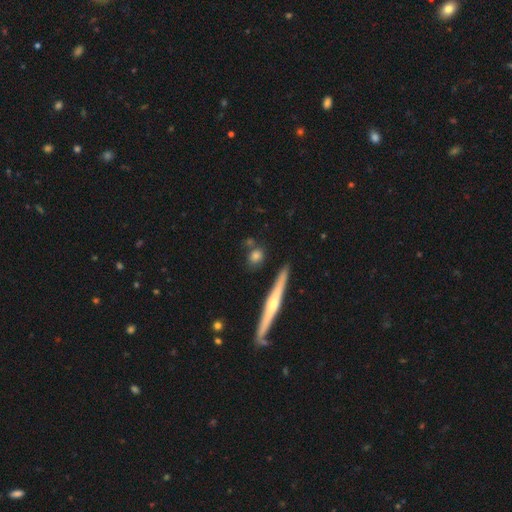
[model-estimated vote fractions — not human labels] Smooth or featured? smooth (74%)
How rounded? round (63%)
Merging? none (73%)